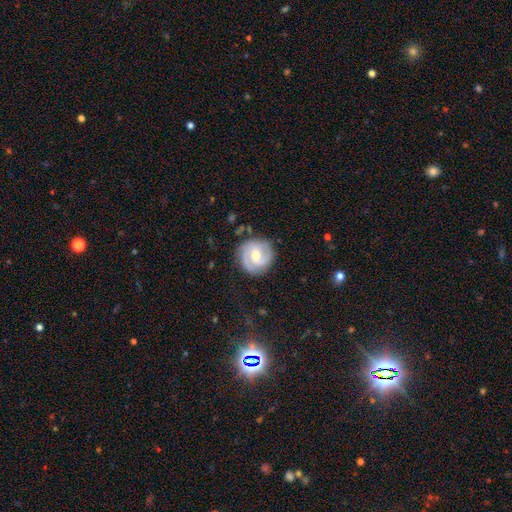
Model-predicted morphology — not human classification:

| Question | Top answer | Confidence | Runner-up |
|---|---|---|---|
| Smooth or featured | featured or disk | 73% | smooth (21%) |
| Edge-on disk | no | 98% | yes (2%) |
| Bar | weak | 50% | no (33%) |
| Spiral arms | yes | 90% | no (10%) |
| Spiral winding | tight | 45% | medium (41%) |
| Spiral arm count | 2 | 67% | can't tell (13%) |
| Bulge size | moderate | 65% | small (31%) |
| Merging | none | 82% | minor disturbance (13%) |